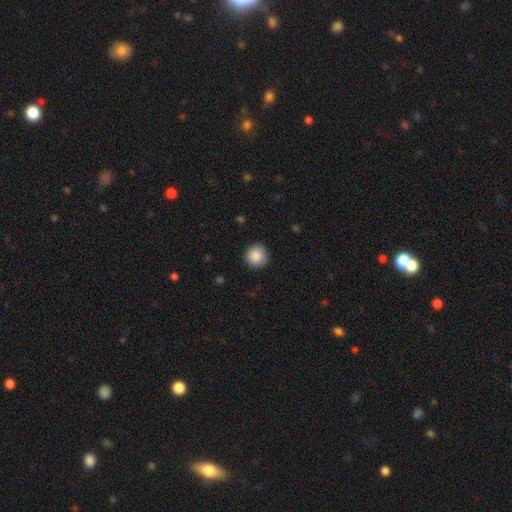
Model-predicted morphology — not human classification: This is clearly a smooth galaxy (88%). How rounded: clearly round (95%). Merging: clearly none (91%).